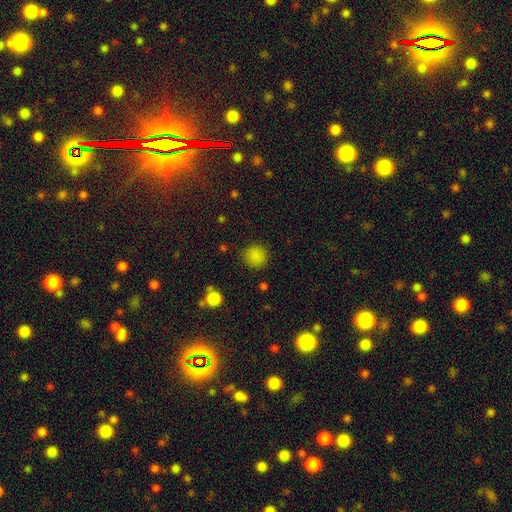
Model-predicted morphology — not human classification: The model was most divided on "smooth or featured": smooth: 84%, star or artifact: 13%, featured or disk: 4%. More confident: how rounded — round (92%); merging — none (87%).